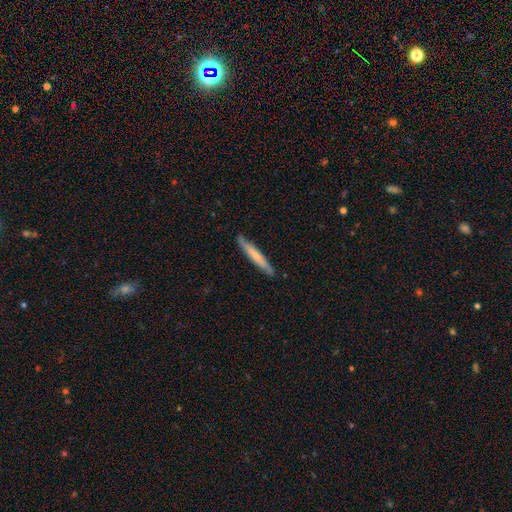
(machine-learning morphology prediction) The model was most divided on "smooth or featured": smooth: 60%, featured or disk: 35%, star or artifact: 5%. More confident: how rounded — cigar-shaped (95%); merging — none (86%).